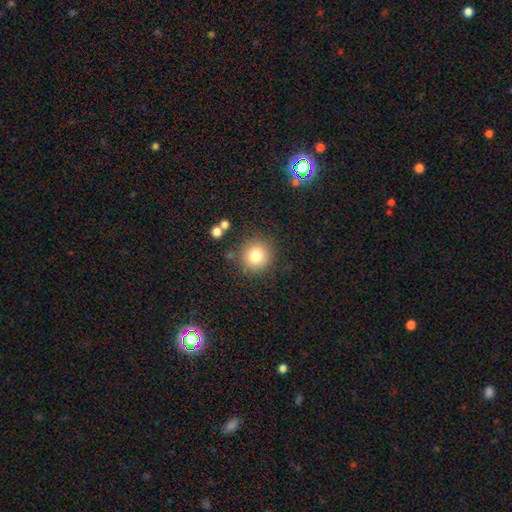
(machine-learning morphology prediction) The model was most divided on "smooth or featured": smooth: 80%, star or artifact: 12%, featured or disk: 9%. More confident: how rounded — round (88%); merging — none (84%).